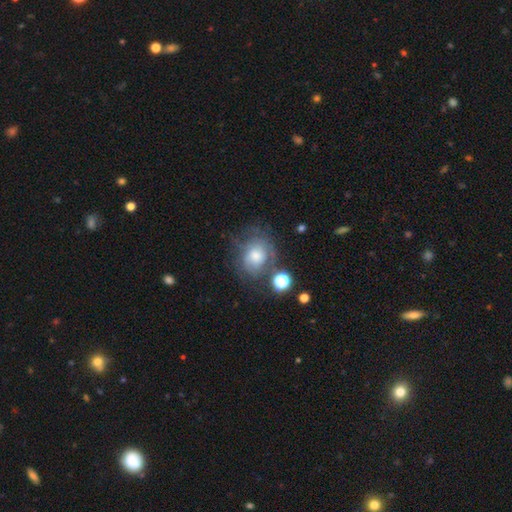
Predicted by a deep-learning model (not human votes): Smooth or featured? Predicted: featured or disk (p=0.46). Merging? Predicted: none (p=0.52).